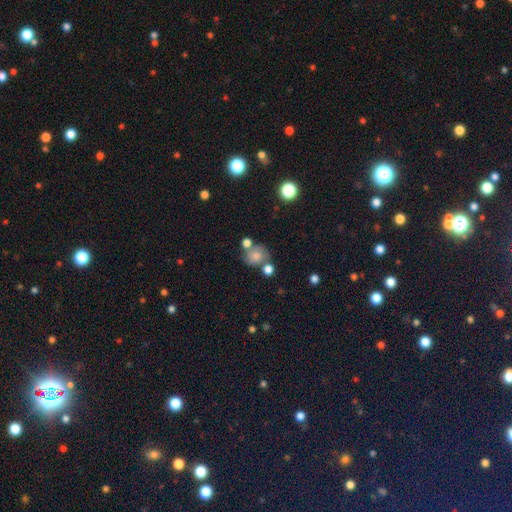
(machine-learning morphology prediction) Overall: smooth (73%). How rounded: round (72%). Merging: none (53%; merger 24%).